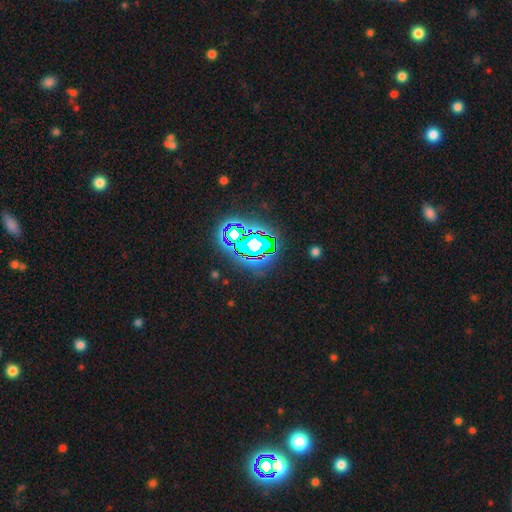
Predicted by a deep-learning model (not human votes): smooth-or-featured: star or artifact: 78% | smooth: 13% | featured or disk: 9%